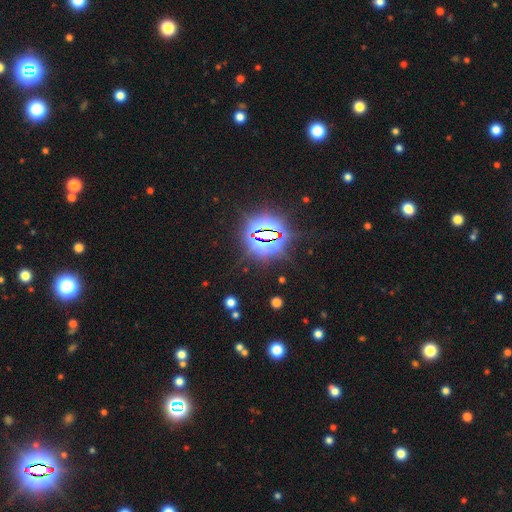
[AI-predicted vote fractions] smooth-or-featured: star or artifact: 84% | smooth: 9% | featured or disk: 6%